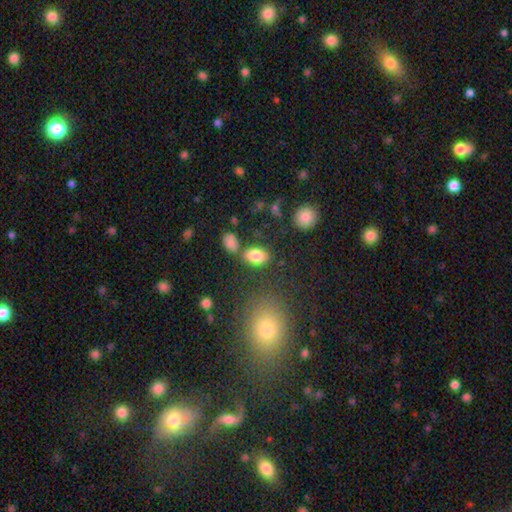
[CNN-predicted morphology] Smooth or featured? smooth (84%)
How rounded? in between (87%)
Merging? none (72%)